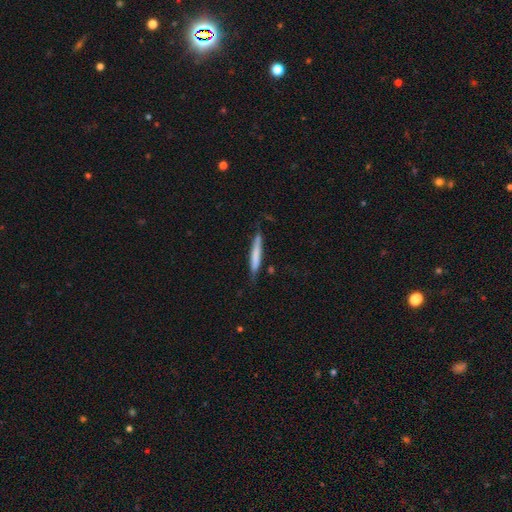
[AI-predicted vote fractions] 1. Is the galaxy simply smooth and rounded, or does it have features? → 65% smooth, 29% featured or disk, 6% star or artifact.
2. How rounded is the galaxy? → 94% cigar-shaped, 5% in between, 1% round.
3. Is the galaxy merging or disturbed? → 72% none, 21% minor disturbance, 4% major disturbance, 2% merger.